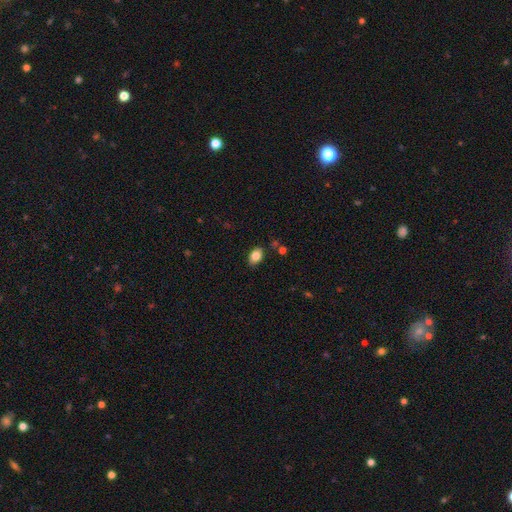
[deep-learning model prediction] A smooth galaxy with no disk features (84%) that is in between round and cigar-shaped (84%).

Vote fractions:
- Smooth or featured? smooth: 84% / star or artifact: 8% / featured or disk: 8%
- How rounded? in between: 84% / round: 15% / cigar-shaped: 1%
- Merging? none: 83% / minor disturbance: 12% / merger: 3% / major disturbance: 3%